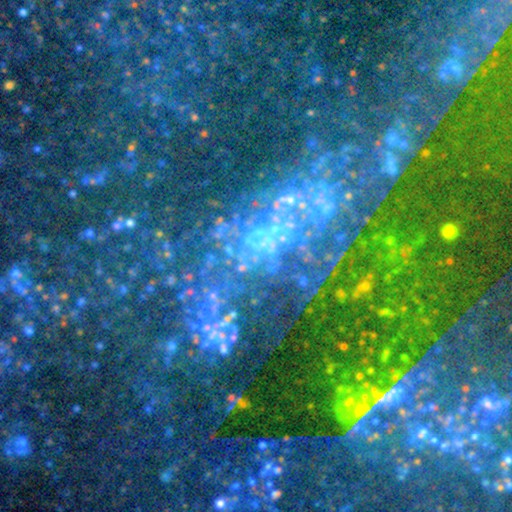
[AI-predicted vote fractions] Overall: featured or disk (57%; star or artifact 31%). Edge-on disk: no (96%). Bar: no (77%). Spiral arms: no (61%; yes 39%). Bulge size: small (43%; none 35%). Merging: none (46%; major disturbance 24%).